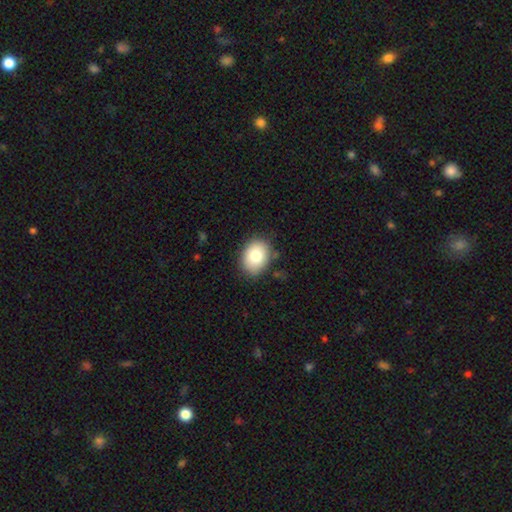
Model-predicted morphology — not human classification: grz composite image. It shows a smooth galaxy with no disk features (80%) that is in between round and cigar-shaped (68%). Merging: none (83%).